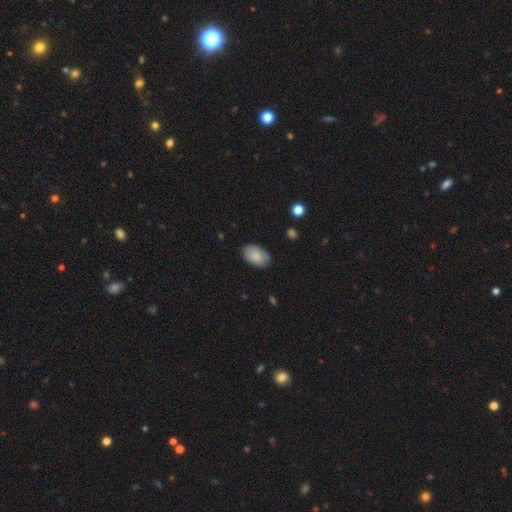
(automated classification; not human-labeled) smooth-or-featured: smooth: 83% | featured or disk: 11% | star or artifact: 7%
  how-rounded: in between: 92% | round: 6% | cigar-shaped: 1%
  merging: none: 77% | minor disturbance: 19% | major disturbance: 3% | merger: 1%